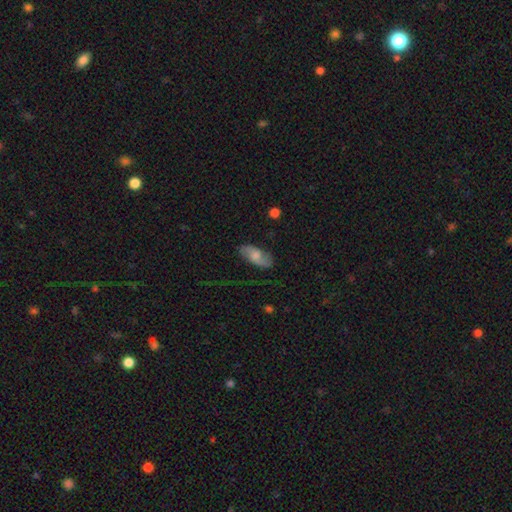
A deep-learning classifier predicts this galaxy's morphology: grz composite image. It shows a smooth galaxy with no disk features (55%) that is in between round and cigar-shaped (87%). Merging: none (76%).